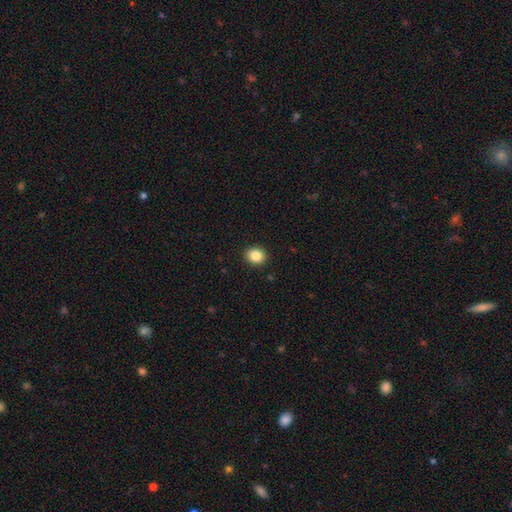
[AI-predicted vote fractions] The model was most divided on "how rounded": round: 66%, in between: 33%, cigar-shaped: 1%. More confident: merging — none (92%); smooth or featured — smooth (85%).